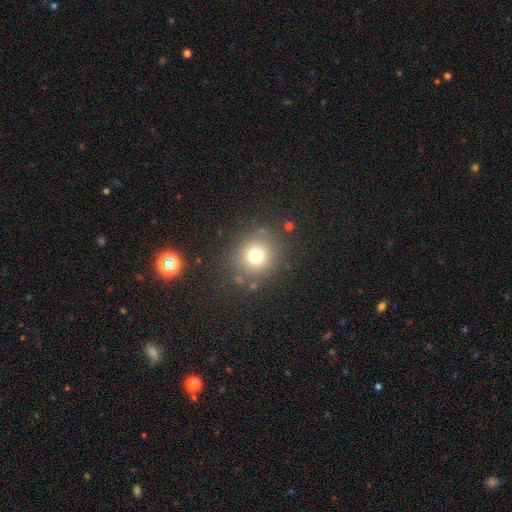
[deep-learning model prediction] This appears to be a smooth galaxy with no disk features (73%) that is round (90%). Merging: none (83%).